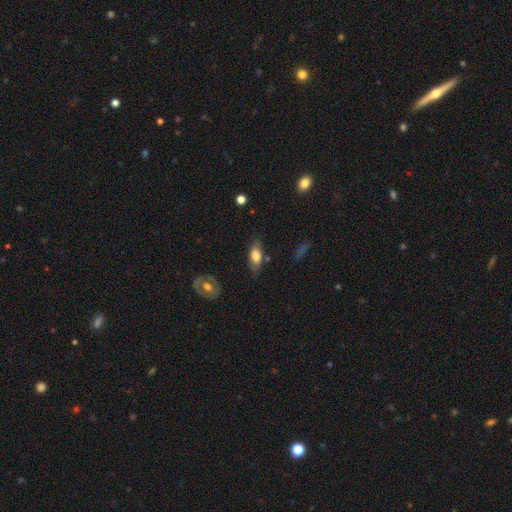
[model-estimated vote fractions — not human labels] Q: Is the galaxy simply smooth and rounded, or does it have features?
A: smooth — 70%.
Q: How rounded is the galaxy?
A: in between — 79%.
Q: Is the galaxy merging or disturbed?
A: none — 72%.